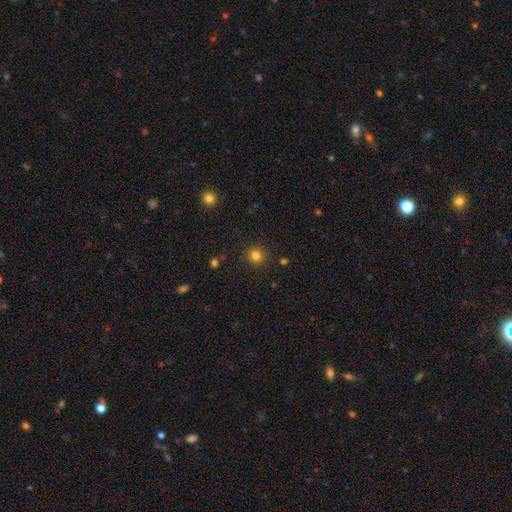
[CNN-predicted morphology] smooth_or_featured: smooth (p=0.82) [alt: star or artifact p=0.14]
how_rounded: round (p=0.93) [alt: in between p=0.07]
merging: none (p=0.89) [alt: minor disturbance p=0.07]